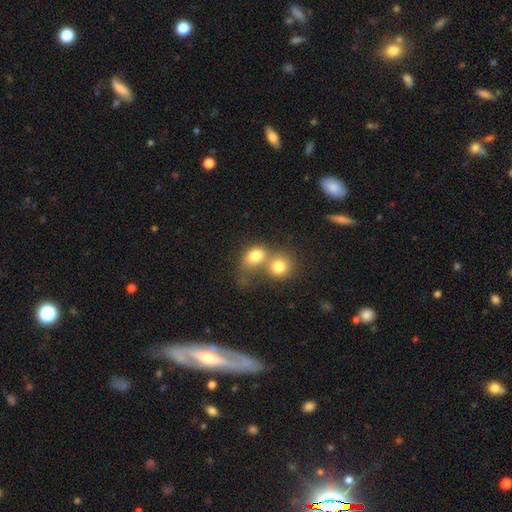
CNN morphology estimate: Q: Smooth or featured?
A: smooth (78%); runner-up: featured or disk (12%)
Q: How rounded?
A: round (51%); runner-up: in between (47%)
Q: Merging?
A: merger (61%); runner-up: none (26%)